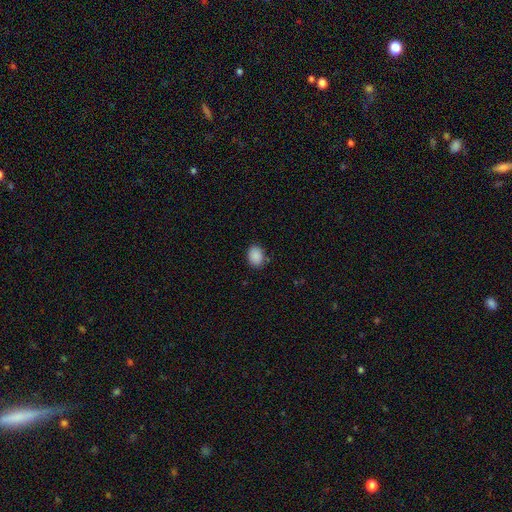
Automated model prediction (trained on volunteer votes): This is clearly a smooth galaxy (89%). How rounded: likely in between (63%). Merging: clearly none (84%).